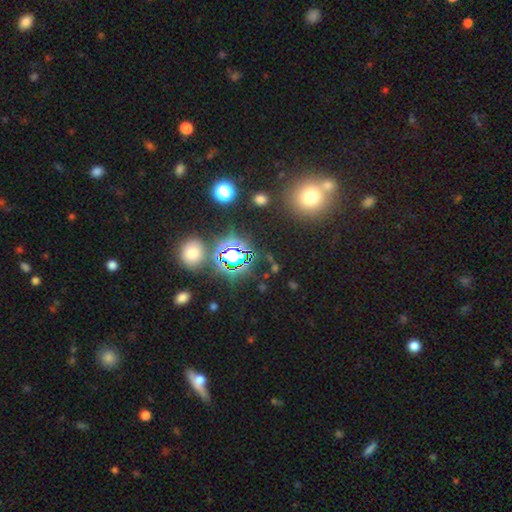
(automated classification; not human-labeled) Smooth or featured: star or artifact — 67% (smooth — 23%)